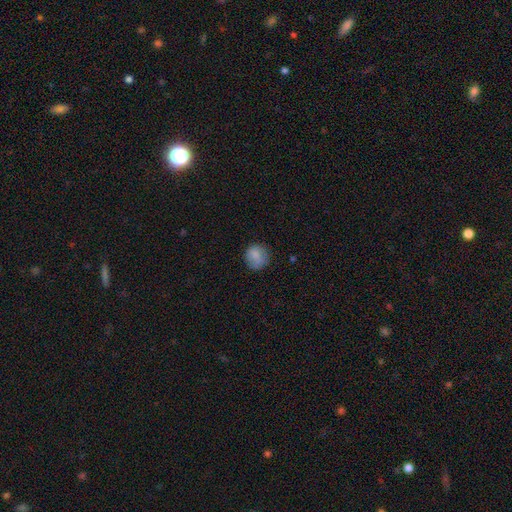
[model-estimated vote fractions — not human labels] This appears to be a smooth galaxy with no disk features (83%) that is round (87%). Merging: none (76%).